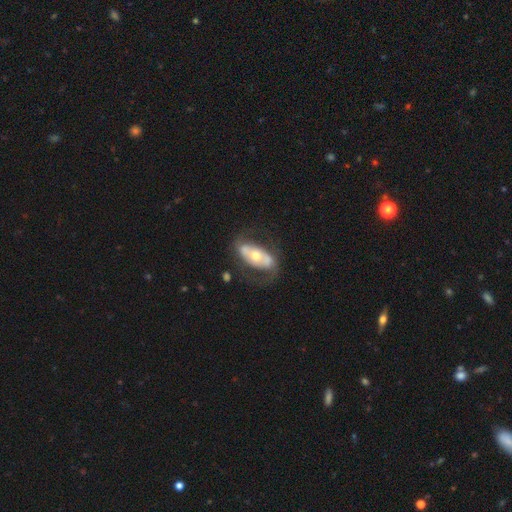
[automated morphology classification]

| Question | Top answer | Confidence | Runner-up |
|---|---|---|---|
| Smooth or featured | featured or disk | 68% | smooth (27%) |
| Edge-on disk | no | 90% | yes (10%) |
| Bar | no | 59% | strong (21%) |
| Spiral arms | yes | 56% | no (44%) |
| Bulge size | moderate | 64% | small (26%) |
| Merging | none | 63% | minor disturbance (18%) |